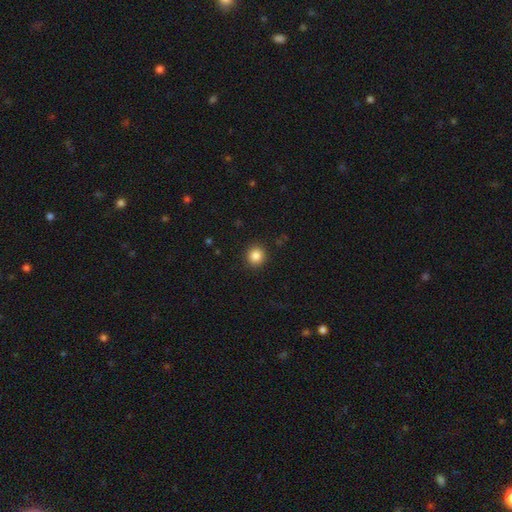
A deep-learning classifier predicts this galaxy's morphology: smooth-or-featured: smooth: 86% | star or artifact: 10% | featured or disk: 4%
  how-rounded: round: 91% | in between: 8% | cigar-shaped: 1%
  merging: none: 91% | minor disturbance: 6% | major disturbance: 2% | merger: 1%